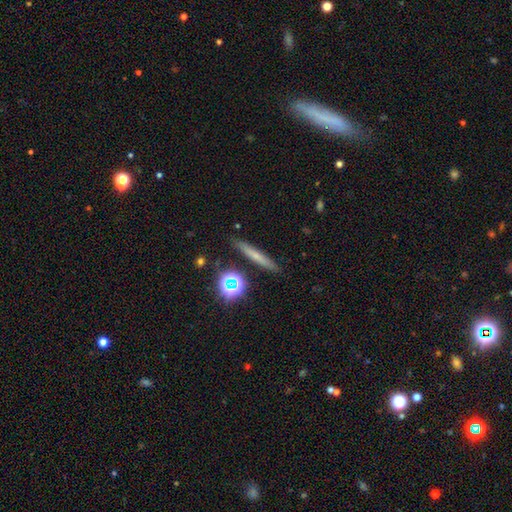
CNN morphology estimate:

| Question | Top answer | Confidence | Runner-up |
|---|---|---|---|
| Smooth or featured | smooth | 55% | featured or disk (31%) |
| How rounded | cigar-shaped | 89% | round (6%) |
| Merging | none | 87% | minor disturbance (8%) |